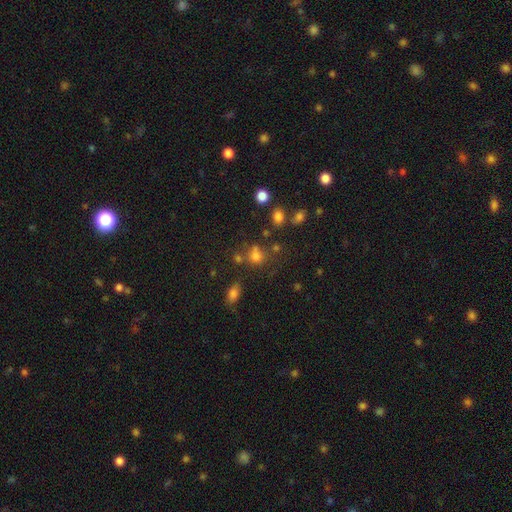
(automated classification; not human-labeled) smooth 72%, star or artifact 19%, featured or disk 9%. Down the decision tree: how rounded — round (74%); merging — none (57%).